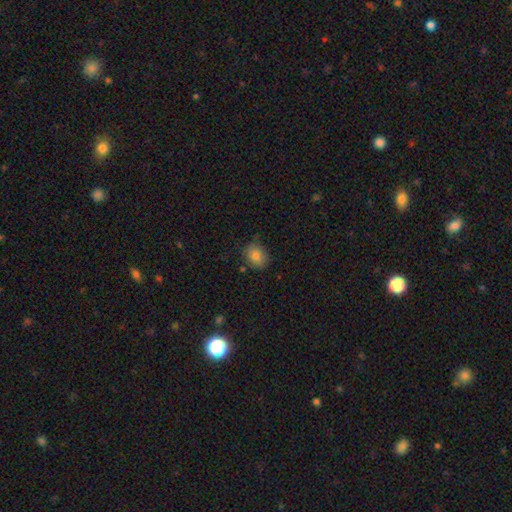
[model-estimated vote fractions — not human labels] Smooth or featured: smooth — 82% (featured or disk — 9%)
How rounded: in between — 56% (round — 43%)
Merging: none — 75% (minor disturbance — 19%)